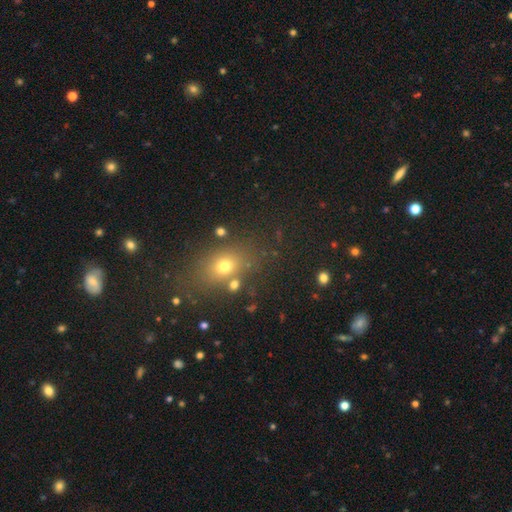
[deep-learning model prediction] smooth 50%, star or artifact 38%, featured or disk 13%. Down the decision tree: merging — none (76%).